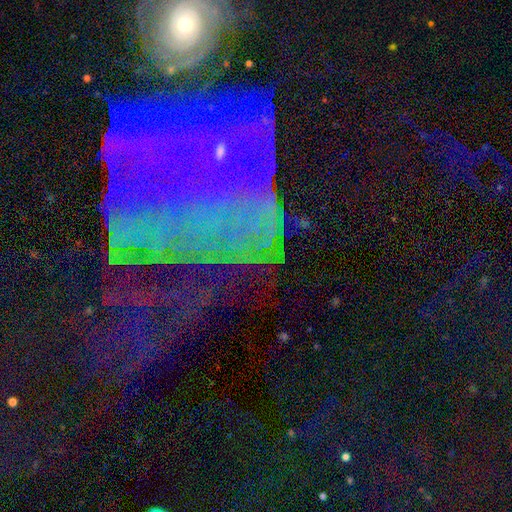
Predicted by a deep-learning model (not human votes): Overall: star or artifact (42%; featured or disk 41%).